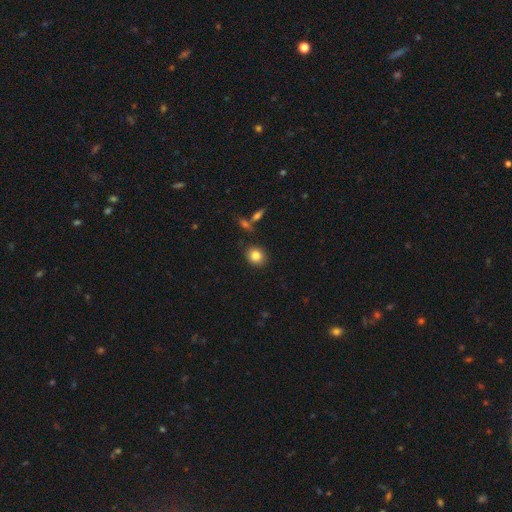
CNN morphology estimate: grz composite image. It shows a smooth galaxy with no disk features (82%) that is round (73%). Merging: none (86%).